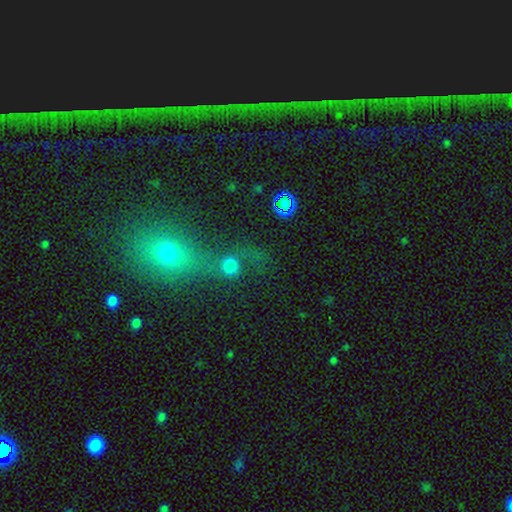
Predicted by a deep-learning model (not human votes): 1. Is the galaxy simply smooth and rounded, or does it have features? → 54% smooth, 29% star or artifact, 16% featured or disk.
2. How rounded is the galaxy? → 71% round, 26% in between, 3% cigar-shaped.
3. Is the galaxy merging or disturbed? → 51% merger, 33% none, 9% major disturbance, 8% minor disturbance.